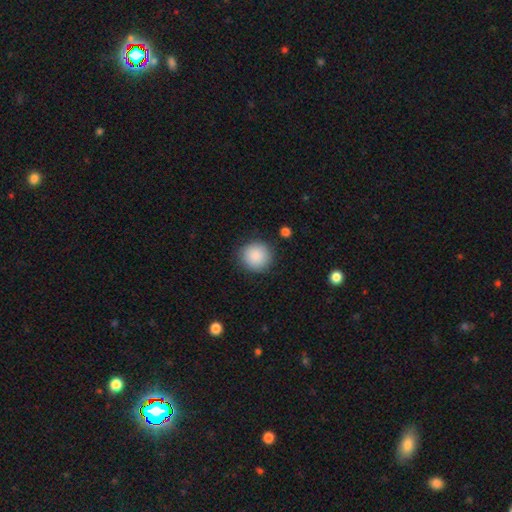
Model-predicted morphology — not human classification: A smooth galaxy with no disk features (89%) that is round (93%). Merging: none (88%).